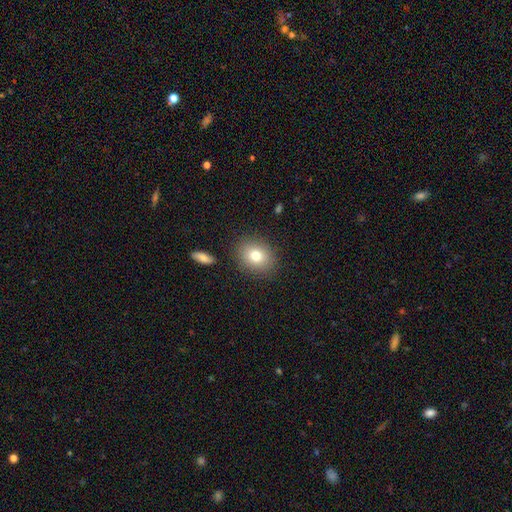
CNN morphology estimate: smooth-or-featured: smooth: 77% | featured or disk: 12% | star or artifact: 11%
  how-rounded: round: 55% | in between: 44% | cigar-shaped: 1%
  merging: none: 86% | minor disturbance: 9% | major disturbance: 3% | merger: 2%